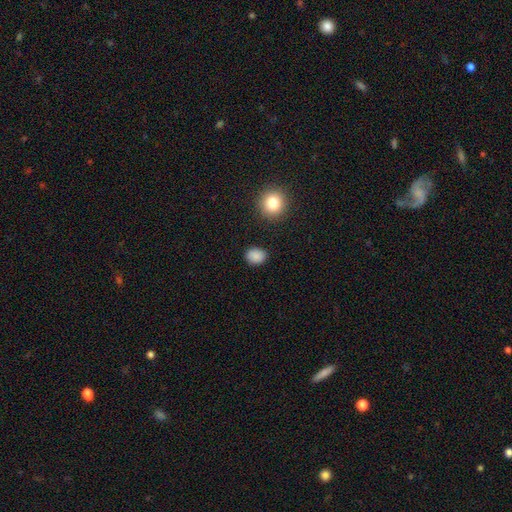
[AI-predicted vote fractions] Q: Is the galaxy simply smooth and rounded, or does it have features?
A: smooth — 87%.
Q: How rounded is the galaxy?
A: round — 51%.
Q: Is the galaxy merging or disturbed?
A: none — 86%.